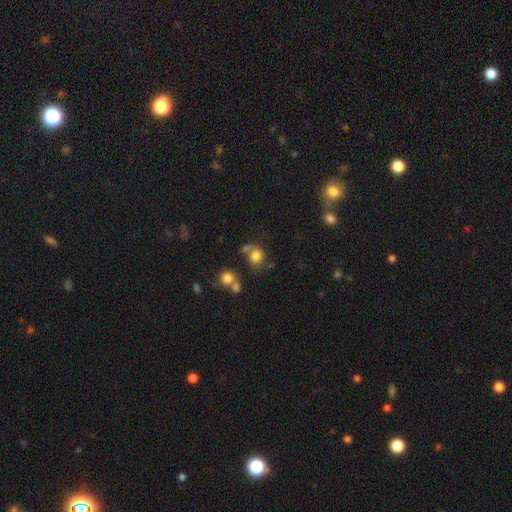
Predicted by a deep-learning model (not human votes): A smooth galaxy with no disk features (77%) that is round (76%). Merging: none (50%).